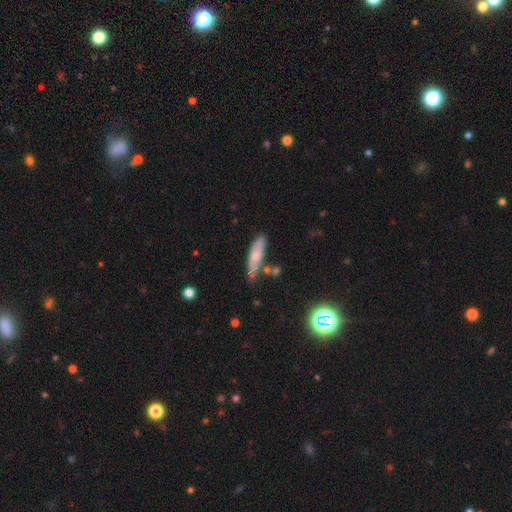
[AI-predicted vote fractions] Morphology: type=smooth (66%); roundness=cigar-shaped (68%); merging=none (66%).